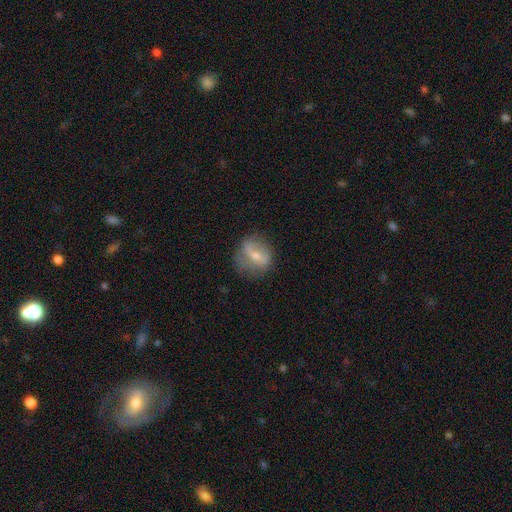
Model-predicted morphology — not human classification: Smooth or featured?
  - featured or disk: 53% *
  - smooth: 39%
  - star or artifact: 8%
Edge-on disk?
  - no: 94% *
  - yes: 6%
Merging?
  - none: 63% *
  - minor disturbance: 23%
  - major disturbance: 12%
  - merger: 2%